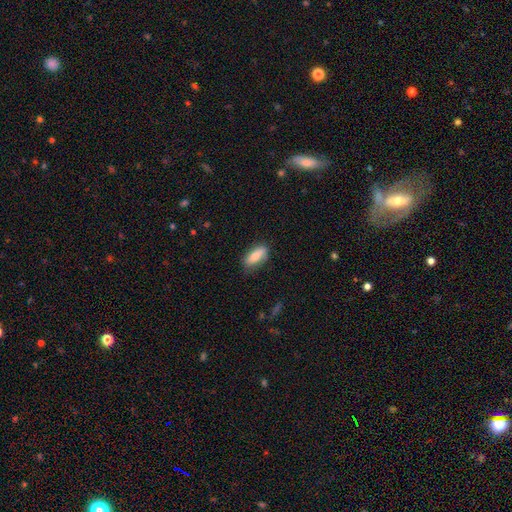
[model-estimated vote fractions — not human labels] Smooth or featured? Predicted: smooth (p=0.74). How rounded? Predicted: in between (p=0.76). Merging? Predicted: none (p=0.77).